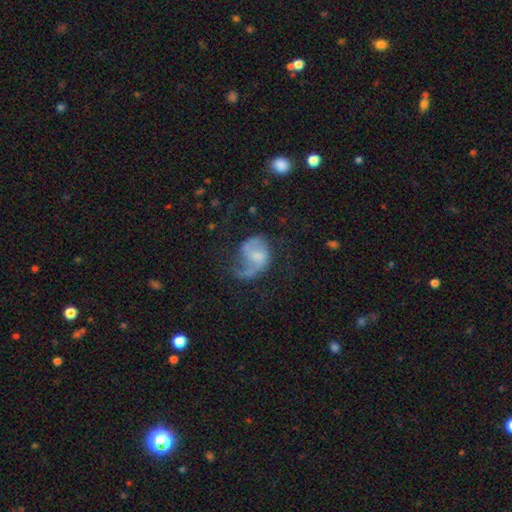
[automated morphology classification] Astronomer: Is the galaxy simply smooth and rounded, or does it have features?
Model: featured or disk — 69%.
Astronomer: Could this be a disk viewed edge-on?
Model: no — 98%.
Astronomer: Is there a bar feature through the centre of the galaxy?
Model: no — 55% (runner-up: weak, 38%).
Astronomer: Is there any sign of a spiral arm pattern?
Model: yes — 87%.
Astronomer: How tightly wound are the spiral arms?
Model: loose — 53% (runner-up: medium, 36%).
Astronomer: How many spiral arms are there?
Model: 2 — 55% (runner-up: 1, 35%).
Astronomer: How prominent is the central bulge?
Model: small — 36% (runner-up: moderate, 33%).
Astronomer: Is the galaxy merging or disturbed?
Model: none — 38% (runner-up: major disturbance, 37%).